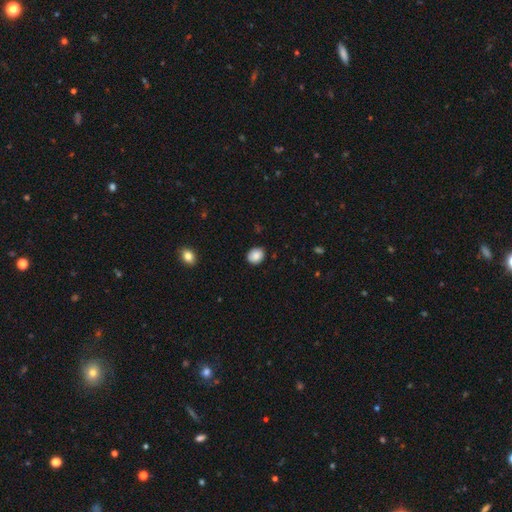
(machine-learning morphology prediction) The model was most divided on "how rounded": round: 65%, in between: 34%, cigar-shaped: 1%. More confident: smooth or featured — smooth (87%); merging — none (86%).